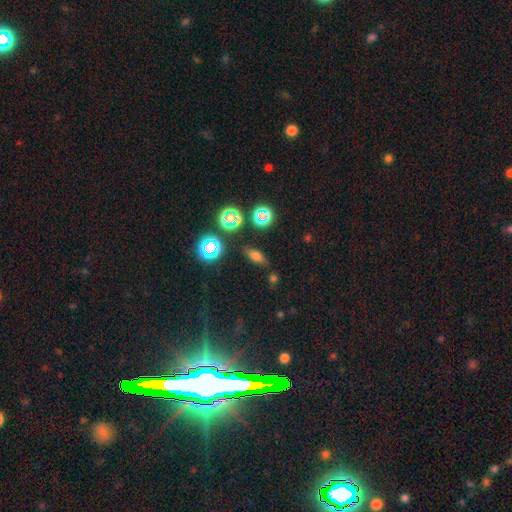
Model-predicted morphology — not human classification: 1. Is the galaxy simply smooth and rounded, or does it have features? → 65% smooth, 23% star or artifact, 12% featured or disk.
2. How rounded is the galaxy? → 72% in between, 17% cigar-shaped, 10% round.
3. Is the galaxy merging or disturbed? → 78% none, 13% minor disturbance, 5% merger, 4% major disturbance.